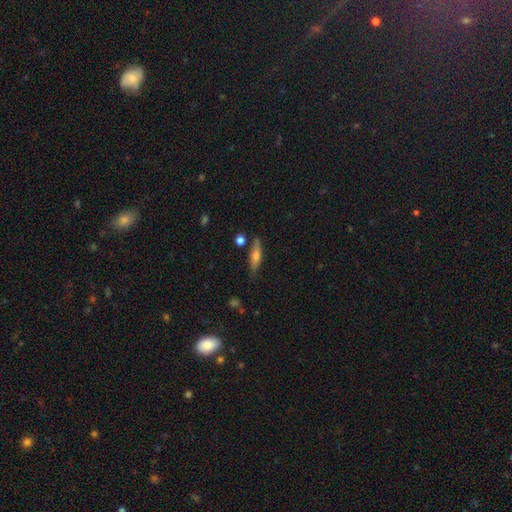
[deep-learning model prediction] Q: Smooth or featured?
A: smooth (49%); runner-up: featured or disk (43%)
Q: Merging?
A: none (80%); runner-up: minor disturbance (13%)